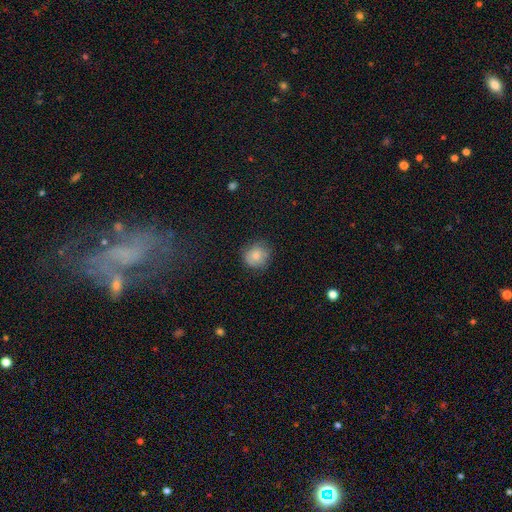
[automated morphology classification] Overall: smooth (75%). How rounded: round (82%). Merging: none (72%).